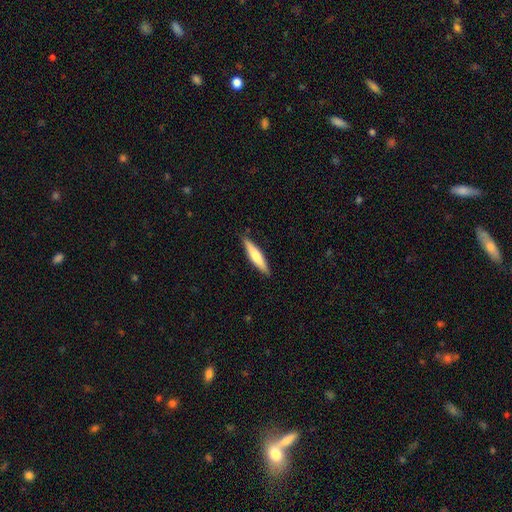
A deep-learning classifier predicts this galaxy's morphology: Smooth or featured? smooth (60%)
How rounded? cigar-shaped (85%)
Merging? none (89%)